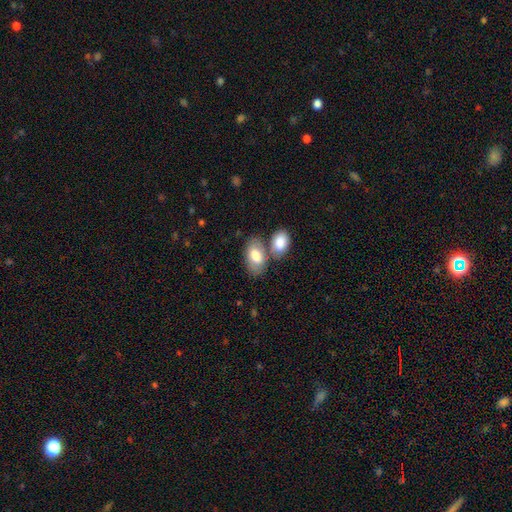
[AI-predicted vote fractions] Smooth or featured? smooth (78%)
How rounded? in between (93%)
Merging? none (53%)